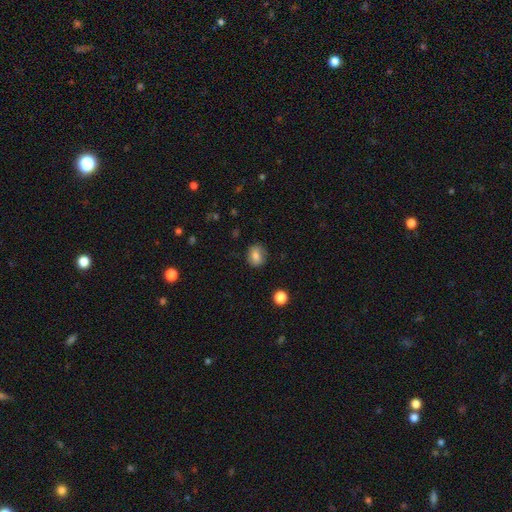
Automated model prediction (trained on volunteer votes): Q: Smooth or featured?
A: smooth (74%); runner-up: featured or disk (15%)
Q: How rounded?
A: round (62%); runner-up: in between (37%)
Q: Merging?
A: none (77%); runner-up: minor disturbance (17%)